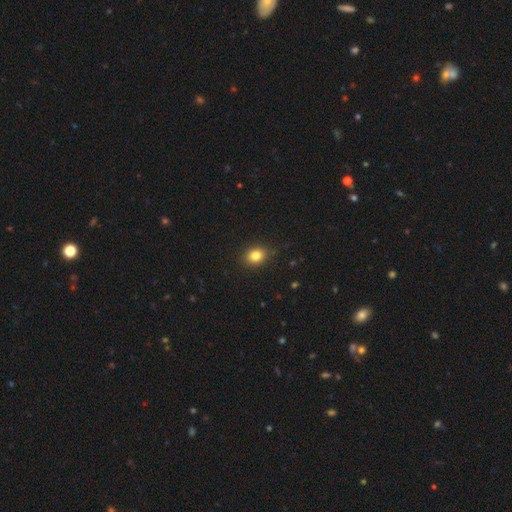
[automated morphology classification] smooth_or_featured: smooth (p=0.83) [alt: star or artifact p=0.11]
how_rounded: round (p=0.58) [alt: in between p=0.41]
merging: none (p=0.86) [alt: minor disturbance p=0.10]